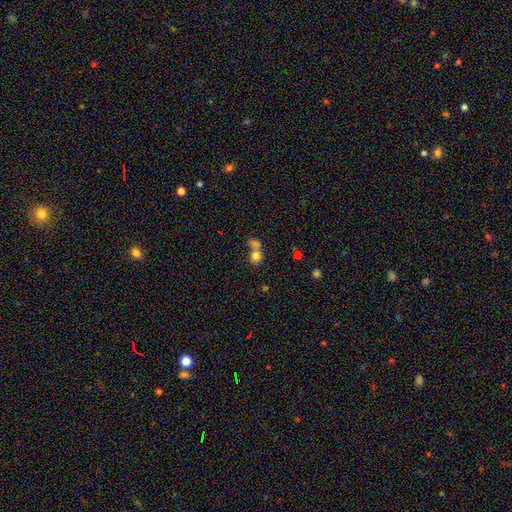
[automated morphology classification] Smooth or featured: smooth — 78% (star or artifact — 11%)
How rounded: round — 75% (in between — 24%)
Merging: merger — 57% (none — 34%)